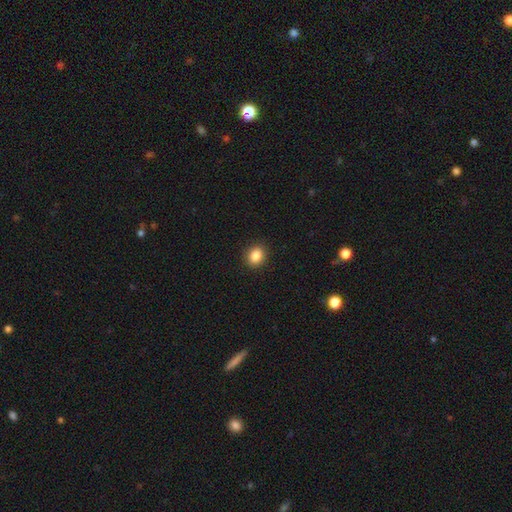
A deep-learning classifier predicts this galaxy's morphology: Q: Smooth or featured?
A: smooth (86%); runner-up: star or artifact (10%)
Q: How rounded?
A: round (64%); runner-up: in between (35%)
Q: Merging?
A: none (91%); runner-up: minor disturbance (6%)